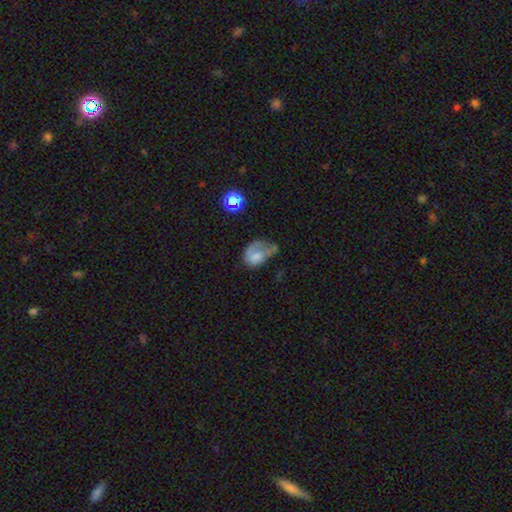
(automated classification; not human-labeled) Overall: smooth (60%; featured or disk 28%). How rounded: in between (77%). Merging: major disturbance (41%; minor disturbance 32%).